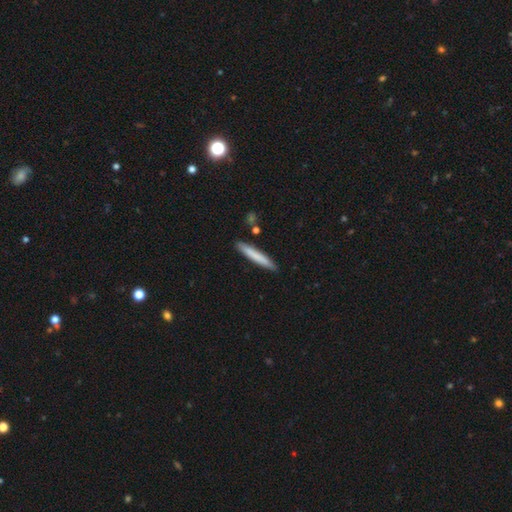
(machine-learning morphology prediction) A smooth galaxy with no disk features (75%) that is cigar-shaped (95%). Merging: none (87%).